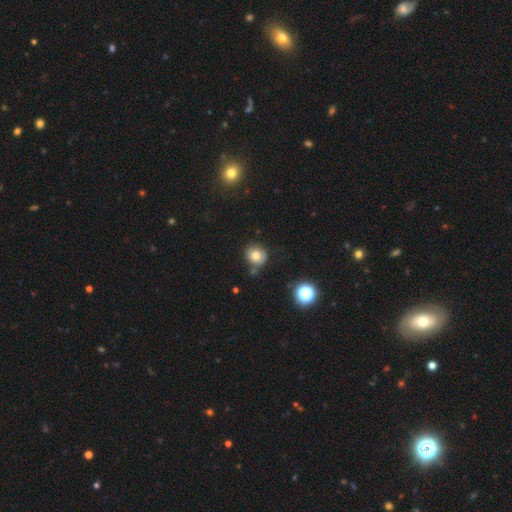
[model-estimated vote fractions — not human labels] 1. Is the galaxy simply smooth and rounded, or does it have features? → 78% smooth, 12% star or artifact, 9% featured or disk.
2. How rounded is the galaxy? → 80% round, 19% in between, 1% cigar-shaped.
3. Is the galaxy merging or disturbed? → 69% none, 18% minor disturbance, 8% merger, 5% major disturbance.